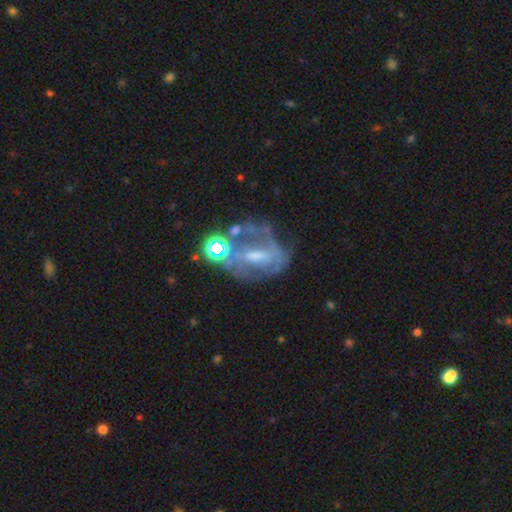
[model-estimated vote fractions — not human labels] Overall: featured or disk (68%). Edge-on disk: no (95%). Bar: weak (40%; strong 31%). Spiral arms: yes (59%; no 41%). Bulge size: small (37%; moderate 35%). Merging: none (39%; major disturbance 27%).